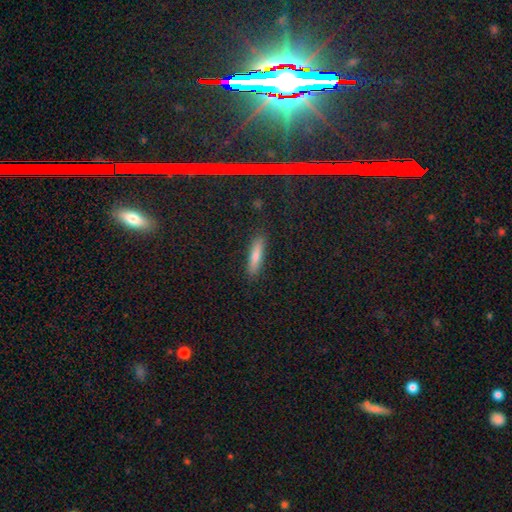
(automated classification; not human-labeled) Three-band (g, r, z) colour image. It shows a smooth galaxy with no disk features (41%). Merging: none (85%).